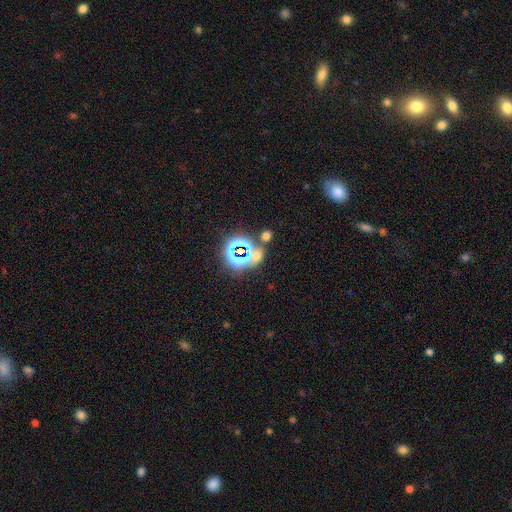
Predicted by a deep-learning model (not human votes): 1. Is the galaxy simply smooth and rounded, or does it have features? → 54% star or artifact, 36% smooth, 10% featured or disk.